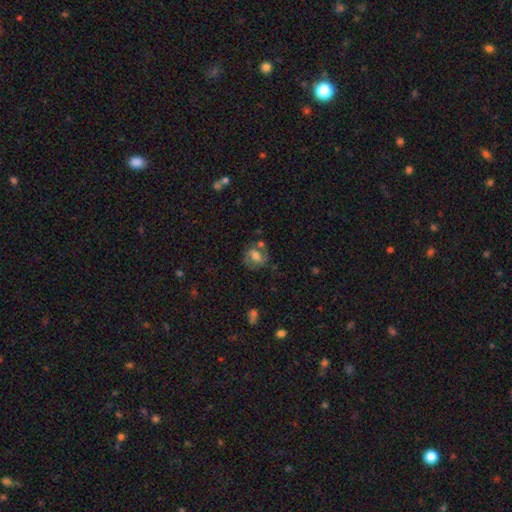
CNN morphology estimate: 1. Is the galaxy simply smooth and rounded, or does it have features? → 48% smooth, 42% featured or disk, 10% star or artifact.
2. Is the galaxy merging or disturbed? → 57% none, 21% minor disturbance, 12% merger, 11% major disturbance.